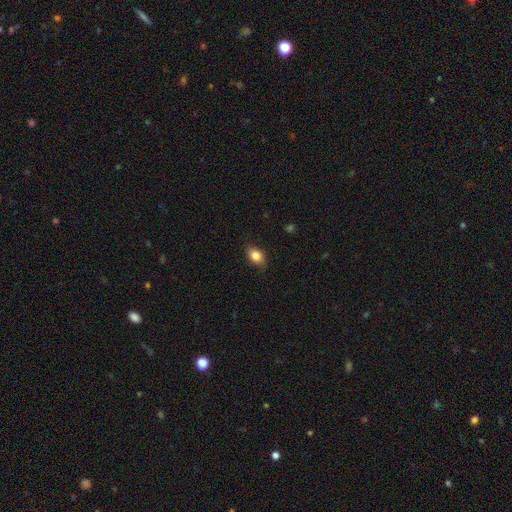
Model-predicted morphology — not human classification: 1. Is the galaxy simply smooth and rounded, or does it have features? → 83% smooth, 9% star or artifact, 8% featured or disk.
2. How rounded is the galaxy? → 75% in between, 23% round, 2% cigar-shaped.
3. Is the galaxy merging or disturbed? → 81% none, 15% minor disturbance, 3% major disturbance, 1% merger.